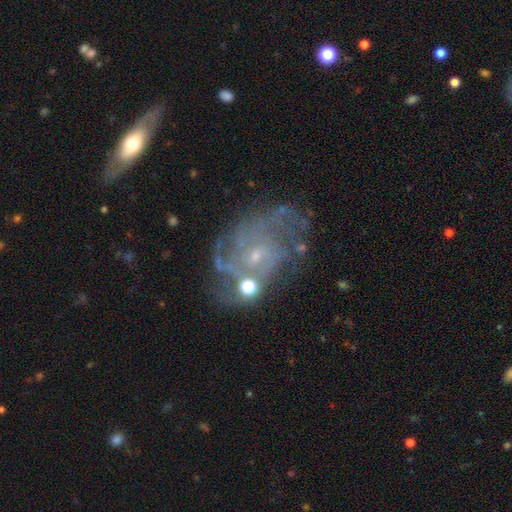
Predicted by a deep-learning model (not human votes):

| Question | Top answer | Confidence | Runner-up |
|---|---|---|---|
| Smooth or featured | featured or disk | 82% | smooth (9%) |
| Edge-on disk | no | 96% | yes (4%) |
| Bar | no | 70% | weak (26%) |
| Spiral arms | yes | 91% | no (9%) |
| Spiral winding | tight | 49% | medium (38%) |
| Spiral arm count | can't tell | 37% | 3 (19%) |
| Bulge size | small | 76% | moderate (16%) |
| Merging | none | 60% | minor disturbance (19%) |